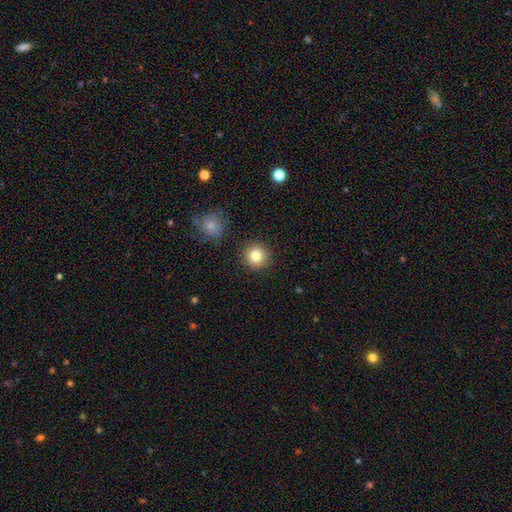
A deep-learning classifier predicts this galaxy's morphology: smooth_or_featured: smooth (p=0.83) [alt: star or artifact p=0.10]
how_rounded: round (p=0.93) [alt: in between p=0.06]
merging: none (p=0.89) [alt: minor disturbance p=0.06]